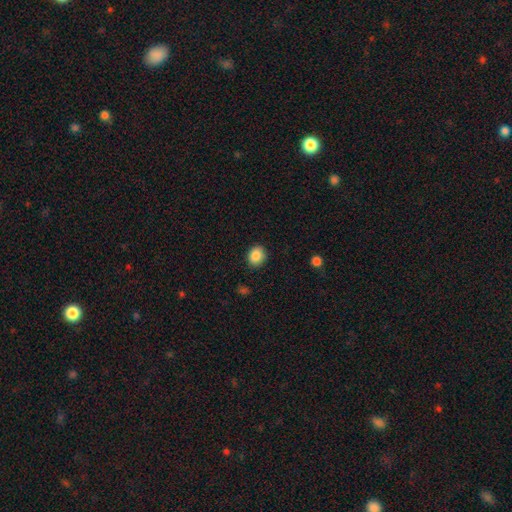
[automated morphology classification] Overall: smooth (87%). How rounded: round (61%; in between 38%). Merging: none (87%).